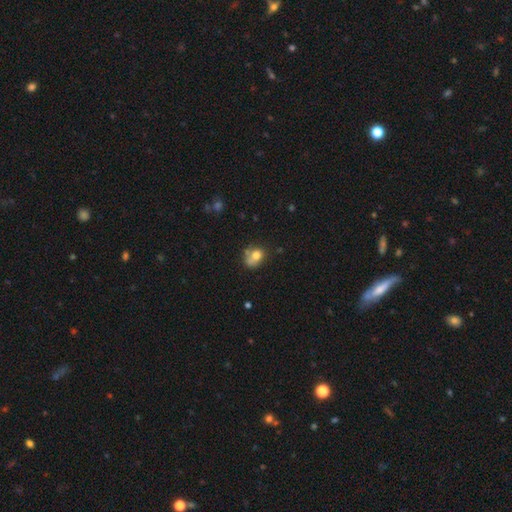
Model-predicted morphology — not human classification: The model was most divided on "how rounded": in between: 50%, round: 49%, cigar-shaped: 1%. Remaining: smooth or featured — smooth (72%); merging — none (39%).